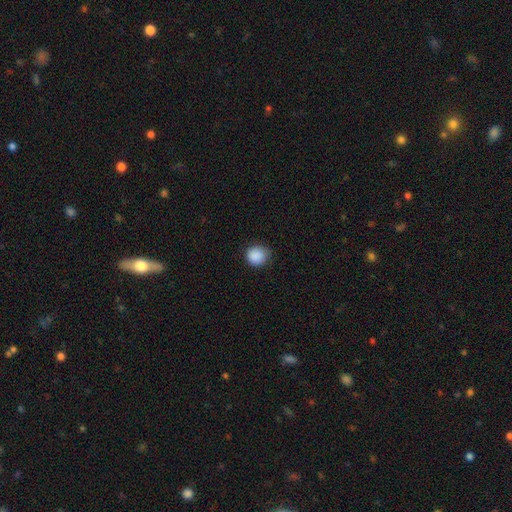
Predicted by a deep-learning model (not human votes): smooth 89%, star or artifact 9%, featured or disk 3%. Down the decision tree: how rounded — round (86%); merging — none (76%).